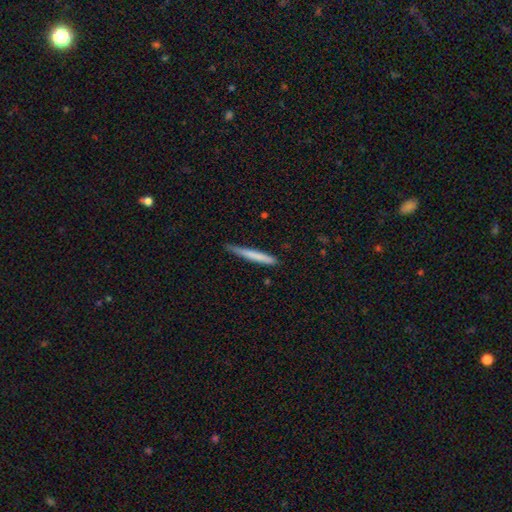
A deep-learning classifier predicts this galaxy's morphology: Overall: smooth (72%). How rounded: cigar-shaped (97%). Merging: none (78%).